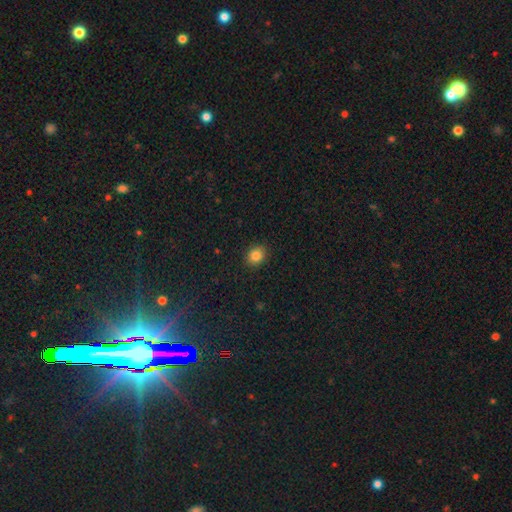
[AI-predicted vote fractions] A smooth galaxy with no disk features (84%) that is round (62%). Merging: none (90%).